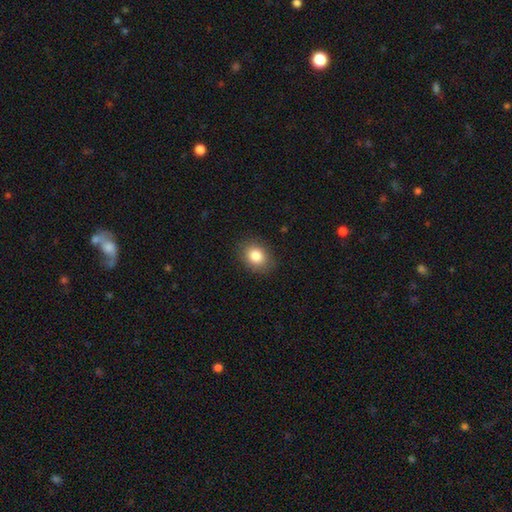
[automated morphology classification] Overall: smooth (84%). How rounded: in between (56%; round 43%). Merging: none (87%).